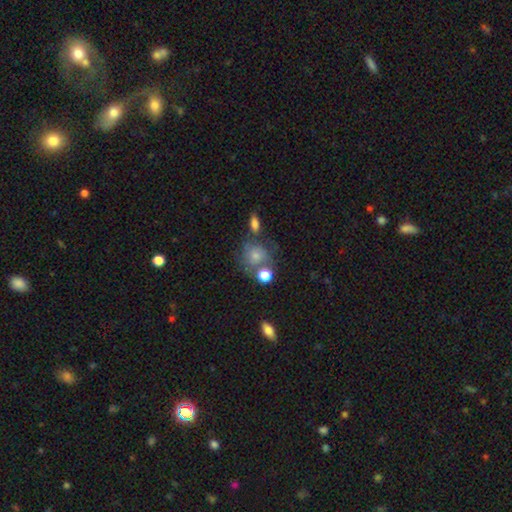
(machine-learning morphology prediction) The model was most divided on "merging": none: 49%, merger: 23%, minor disturbance: 18%, major disturbance: 10%. More confident: how rounded — round (76%); smooth or featured — smooth (70%).